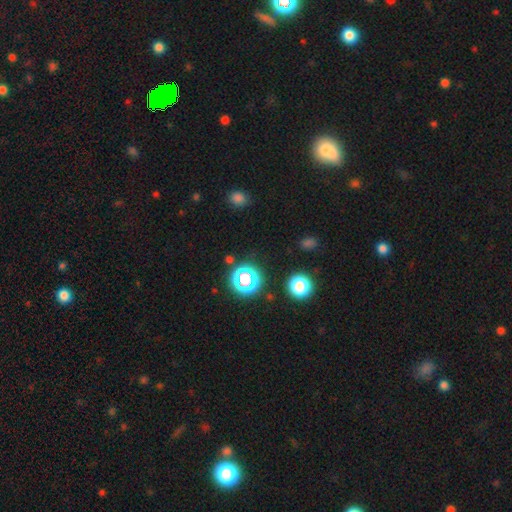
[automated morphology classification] smooth-or-featured: star or artifact: 68% | smooth: 24% | featured or disk: 8%